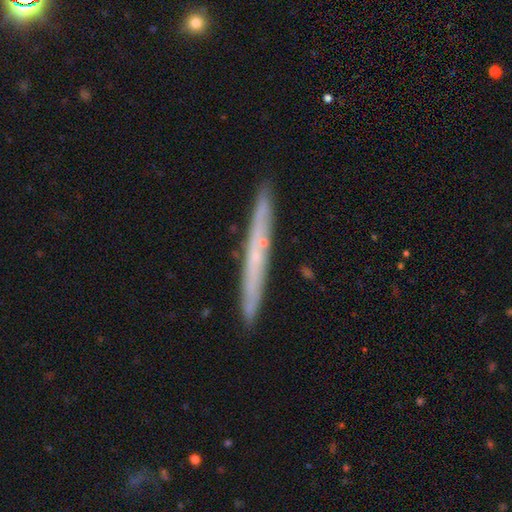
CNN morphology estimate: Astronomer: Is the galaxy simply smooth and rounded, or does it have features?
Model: featured or disk — 58% (runner-up: smooth, 36%).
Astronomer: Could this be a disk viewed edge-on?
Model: yes — 94%.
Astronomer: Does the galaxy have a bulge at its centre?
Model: none — 77%.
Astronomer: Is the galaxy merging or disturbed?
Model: none — 90%.